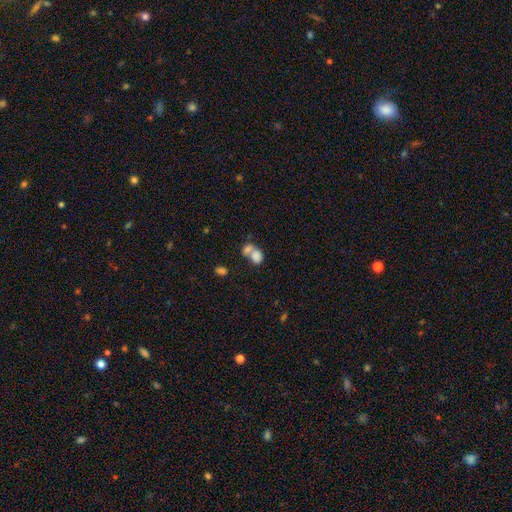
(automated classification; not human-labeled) Smooth or featured? Predicted: smooth (p=0.78). How rounded? Predicted: in between (p=0.64). Merging? Predicted: merger (p=0.64).